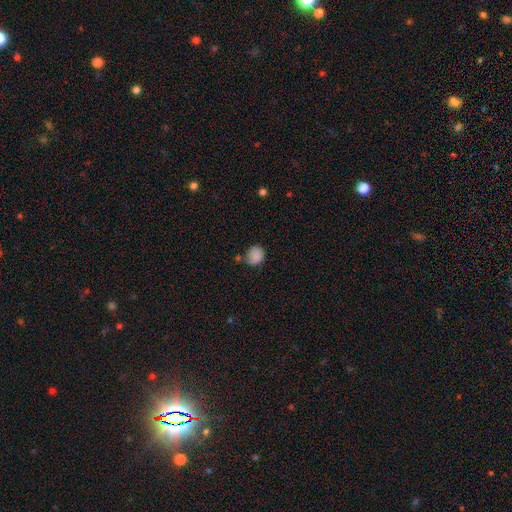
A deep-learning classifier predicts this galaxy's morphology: A smooth galaxy with no disk features (84%) that is round (71%).

Vote fractions:
- Smooth or featured? smooth: 84% / star or artifact: 9% / featured or disk: 6%
- How rounded? round: 71% / in between: 28% / cigar-shaped: 1%
- Merging? none: 58% / minor disturbance: 26% / merger: 8% / major disturbance: 8%